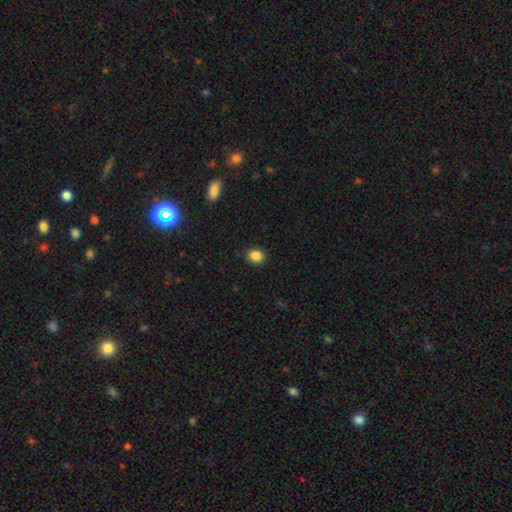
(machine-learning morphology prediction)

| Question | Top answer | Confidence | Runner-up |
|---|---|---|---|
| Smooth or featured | smooth | 86% | star or artifact (10%) |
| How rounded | round | 57% | in between (42%) |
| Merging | none | 89% | minor disturbance (8%) |